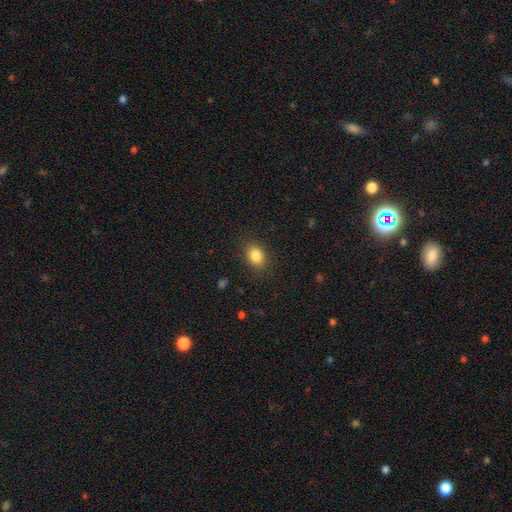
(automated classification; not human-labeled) Overall: smooth (85%). How rounded: in between (65%; round 33%). Merging: none (85%).